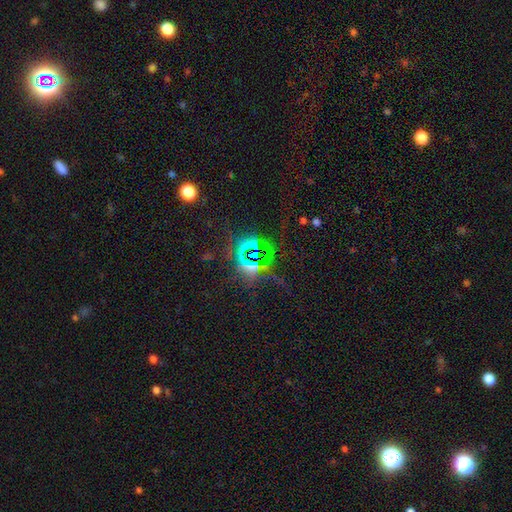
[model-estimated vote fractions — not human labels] This is clearly a star or artifact rather than a galaxy (82%).